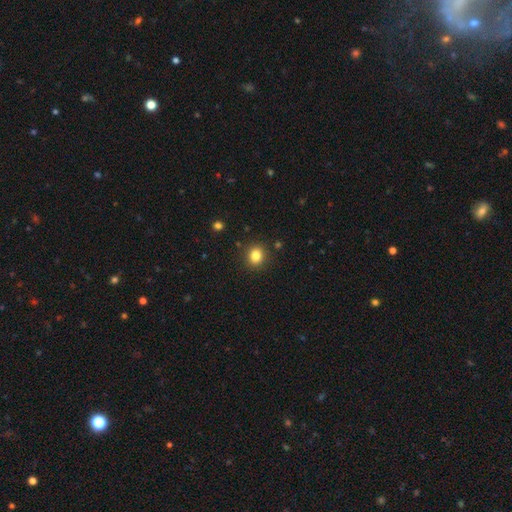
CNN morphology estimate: Overall: smooth (83%). How rounded: round (76%). Merging: none (89%).